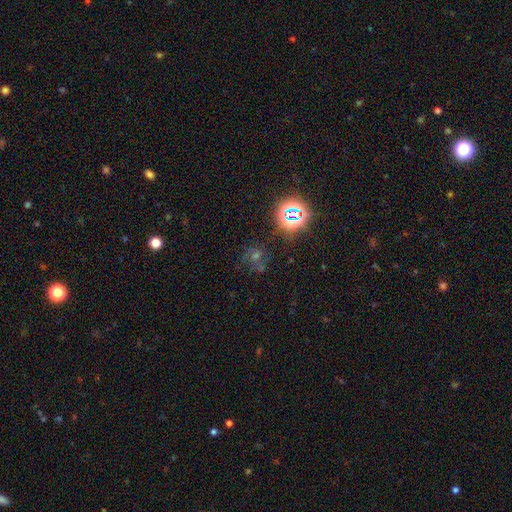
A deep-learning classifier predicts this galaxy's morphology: Smooth or featured? Predicted: star or artifact (p=0.56).